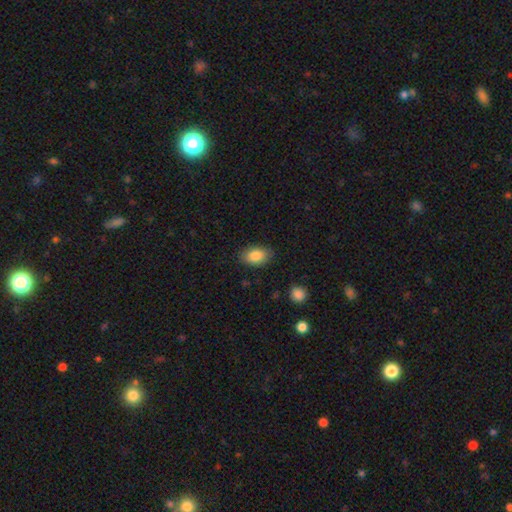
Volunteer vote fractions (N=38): A smooth galaxy with no disk features (89%) that is in between round and cigar-shaped (85%).

Vote fractions:
- Smooth or featured? smooth: 89% / featured or disk: 8% / star or artifact: 3%
- How rounded? in between: 85% / round: 15% / cigar-shaped: 0%
- Merging? none: 84% / minor disturbance: 14% / major disturbance: 3% / merger: 0%